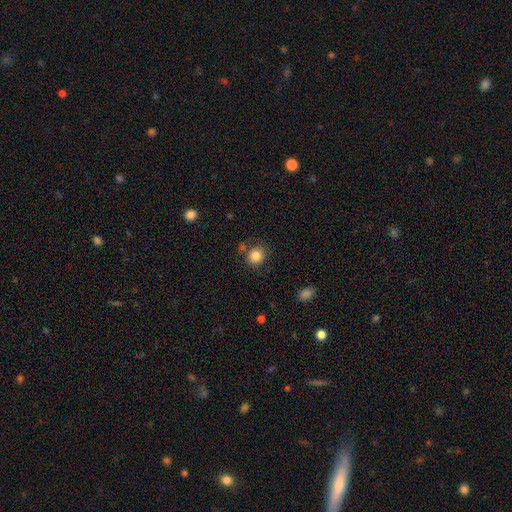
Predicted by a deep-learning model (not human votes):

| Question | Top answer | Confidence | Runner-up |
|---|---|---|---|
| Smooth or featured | smooth | 84% | star or artifact (10%) |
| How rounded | round | 87% | in between (12%) |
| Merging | none | 78% | minor disturbance (12%) |